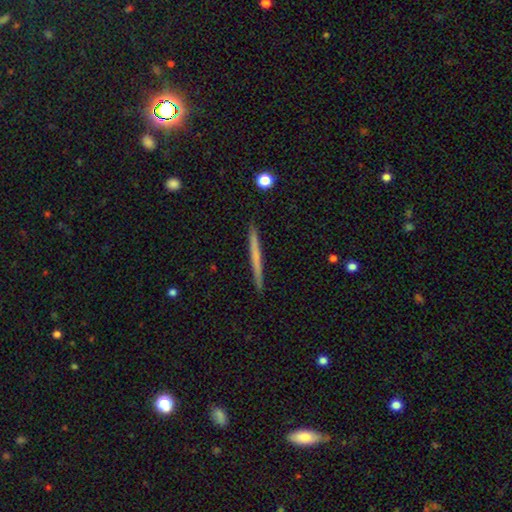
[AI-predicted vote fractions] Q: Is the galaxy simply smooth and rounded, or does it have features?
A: smooth — 51%.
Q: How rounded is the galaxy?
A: cigar-shaped — 97%.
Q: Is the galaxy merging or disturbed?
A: none — 93%.